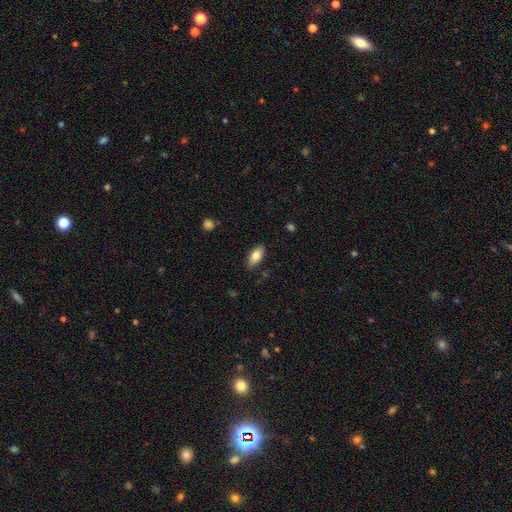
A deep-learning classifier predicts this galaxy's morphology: smooth-or-featured: smooth: 77% | featured or disk: 16% | star or artifact: 7%
  how-rounded: in between: 88% | cigar-shaped: 10% | round: 3%
  merging: none: 85% | minor disturbance: 11% | major disturbance: 2% | merger: 1%